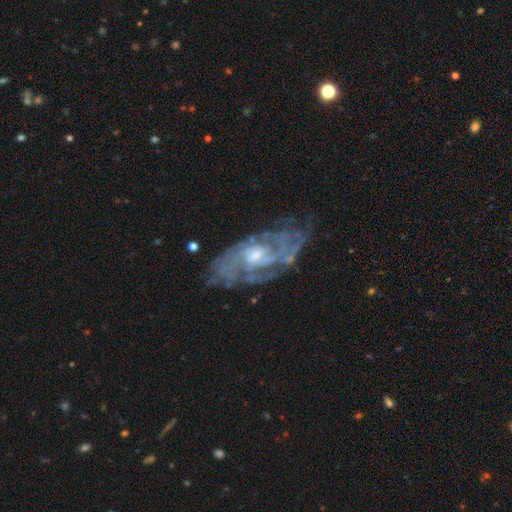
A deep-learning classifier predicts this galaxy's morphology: type=featured or disk (88%); edge-on=no (94%); bar=no (47%); spiral arms=yes (95%); winding=tight (54%); arm count=can't tell (33%); bulge=small (47%); merging=none (67%).